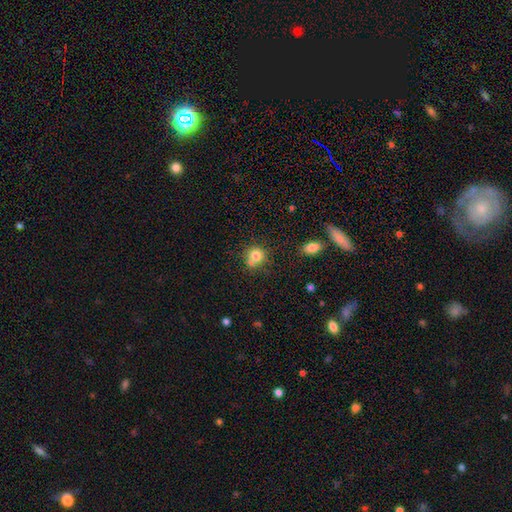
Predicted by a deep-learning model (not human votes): Smooth or featured? Predicted: smooth (p=0.78). How rounded? Predicted: round (p=0.87). Merging? Predicted: none (p=0.58).